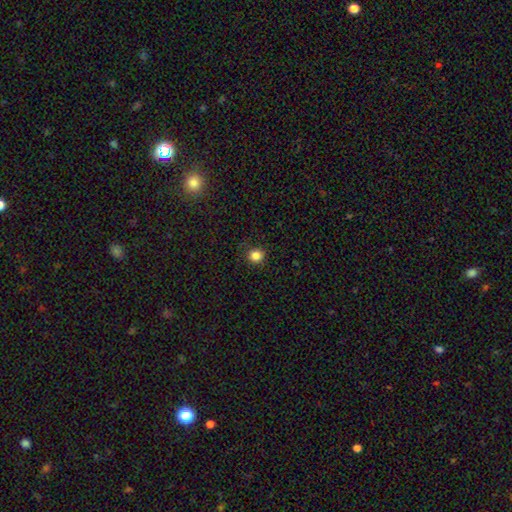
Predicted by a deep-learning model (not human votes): Morphology: type=smooth (83%); roundness=round (92%); merging=none (90%).